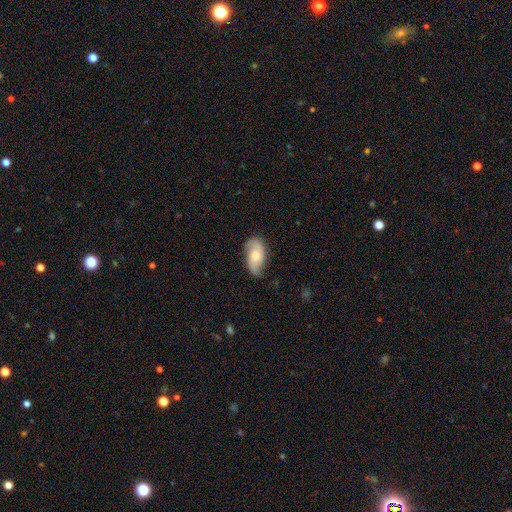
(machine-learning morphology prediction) This is likely a featured or disk galaxy (61%). It is clearly not viewed edge-on (95%). Bar: likely no (69%). Spiral arm pattern: clearly yes (91%). Spiral arm count: clearly 2 (85%). Spiral winding: marginally medium (41%). Central bulge: possibly moderate (52%). Merging: likely none (70%).